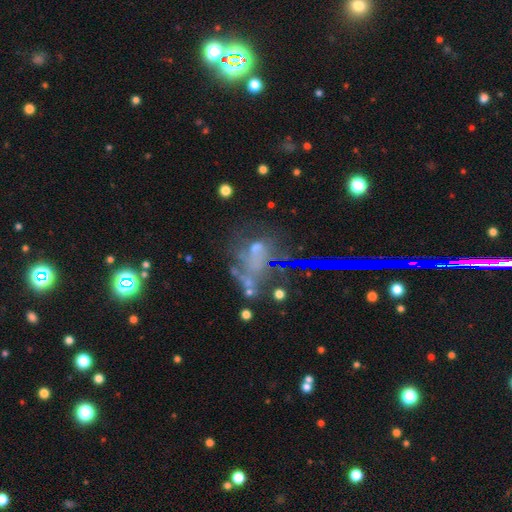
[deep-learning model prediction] Morphology: type=featured or disk (41%); merging=none (34%).